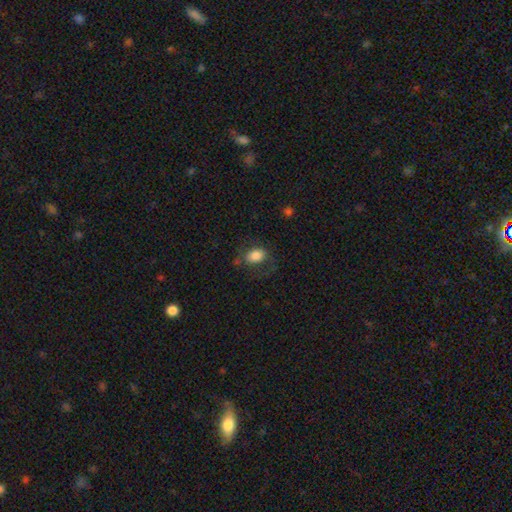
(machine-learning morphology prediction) smooth-or-featured: smooth: 79% | featured or disk: 13% | star or artifact: 8%
  how-rounded: in between: 79% | round: 19% | cigar-shaped: 1%
  merging: none: 64% | minor disturbance: 20% | major disturbance: 14% | merger: 3%